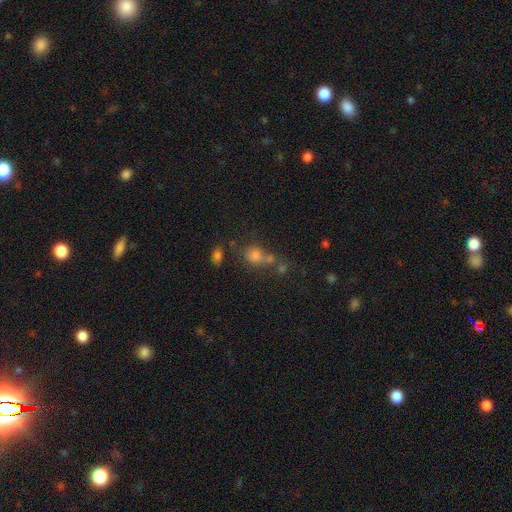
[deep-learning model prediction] Q: Smooth or featured?
A: smooth (62%); runner-up: star or artifact (25%)
Q: How rounded?
A: round (64%); runner-up: in between (33%)
Q: Merging?
A: none (46%); runner-up: merger (34%)